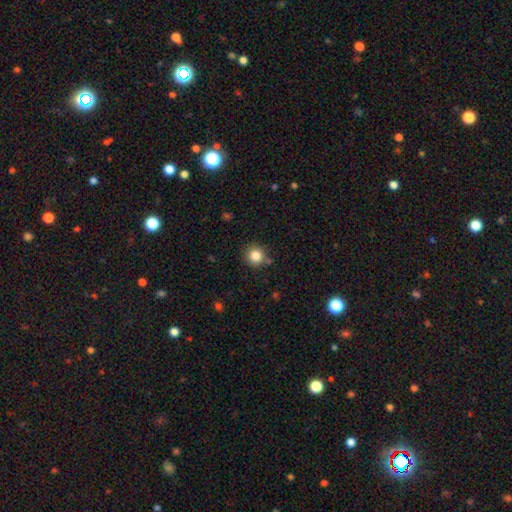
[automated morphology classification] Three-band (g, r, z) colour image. It shows a smooth galaxy with no disk features (84%) that is round (94%). Merging: none (86%).